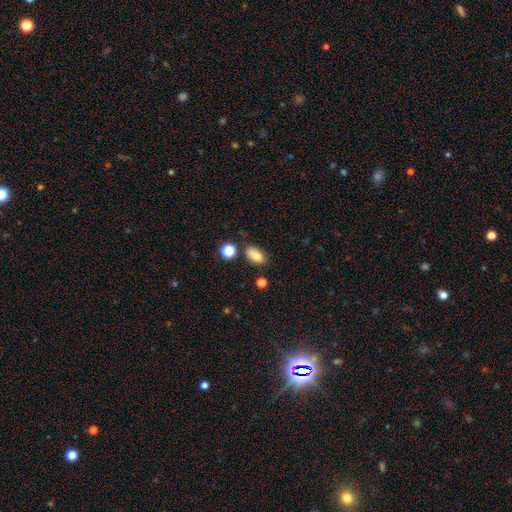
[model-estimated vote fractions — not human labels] This appears to be a smooth galaxy with no disk features (81%) that is in between round and cigar-shaped (88%). Merging: none (74%).